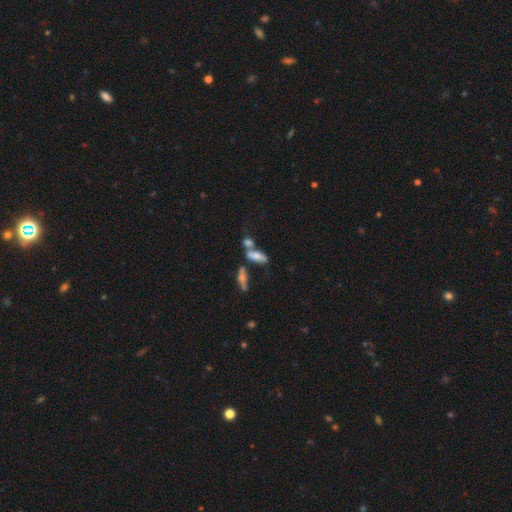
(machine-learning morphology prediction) Smooth or featured: smooth — 59% (featured or disk — 28%)
How rounded: in between — 60% (cigar-shaped — 35%)
Merging: merger — 49% (none — 32%)